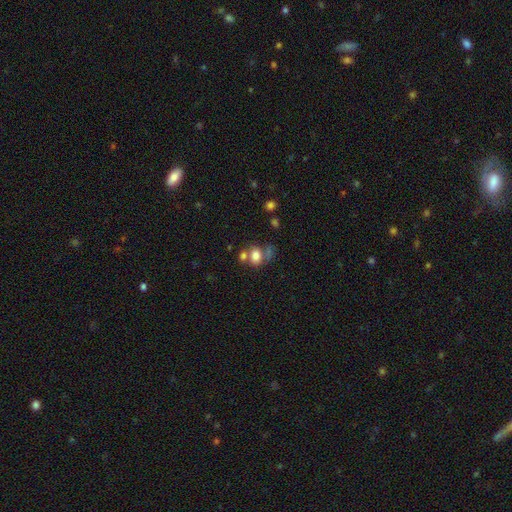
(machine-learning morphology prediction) Q: Smooth or featured?
A: smooth (73%); runner-up: featured or disk (15%)
Q: How rounded?
A: in between (65%); runner-up: round (33%)
Q: Merging?
A: merger (39%); runner-up: none (33%)